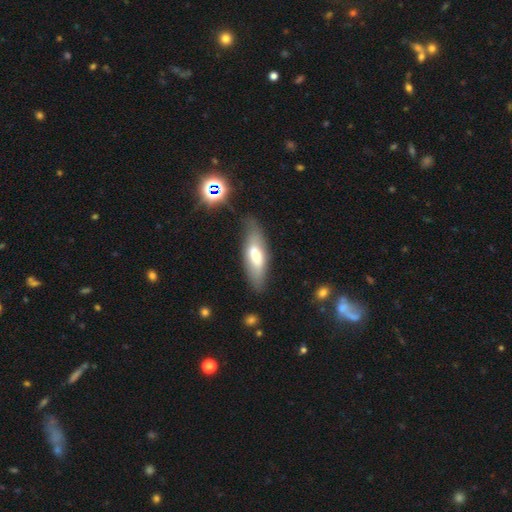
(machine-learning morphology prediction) A smooth galaxy with no disk features (60%) that is in between round and cigar-shaped (57%). Merging: none (71%).